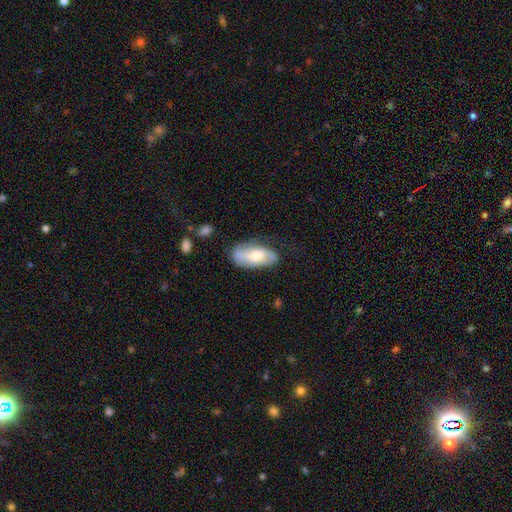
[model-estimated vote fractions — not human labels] A smooth galaxy with no disk features (47%, tied with featured or disk).

Vote fractions:
- Smooth or featured? smooth: 47% (tied) / featured or disk: 47% (tied) / star or artifact: 7%
- Merging? none: 59% / minor disturbance: 27% / major disturbance: 10% / merger: 4%